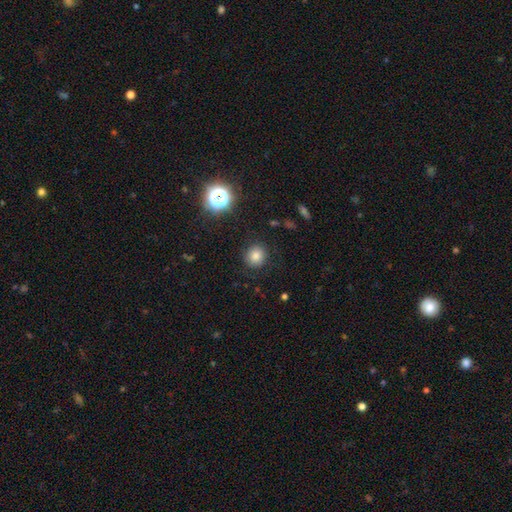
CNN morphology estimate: smooth-or-featured: smooth: 78% | star or artifact: 15% | featured or disk: 7%
  how-rounded: round: 88% | in between: 11% | cigar-shaped: 1%
  merging: none: 88% | minor disturbance: 8% | major disturbance: 3% | merger: 1%